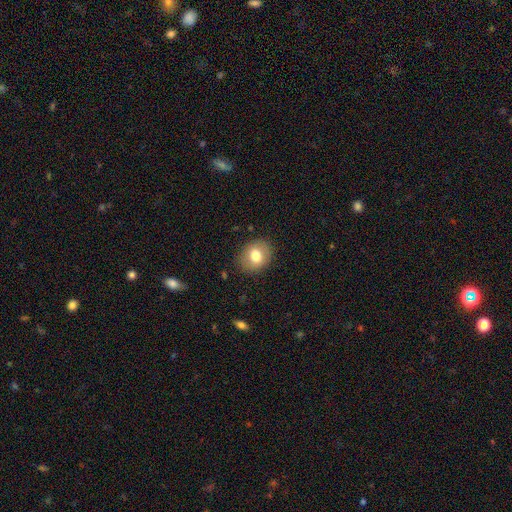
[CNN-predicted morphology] This appears to be a smooth galaxy with no disk features (76%) that is round (54%). Merging: none (87%).